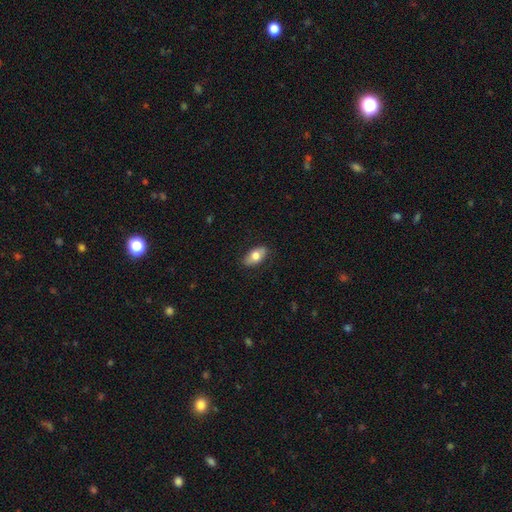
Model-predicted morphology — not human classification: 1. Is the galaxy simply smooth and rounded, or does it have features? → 74% smooth, 20% featured or disk, 7% star or artifact.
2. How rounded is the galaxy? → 91% in between, 5% round, 4% cigar-shaped.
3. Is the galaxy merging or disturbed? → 83% none, 13% minor disturbance, 3% major disturbance, 1% merger.